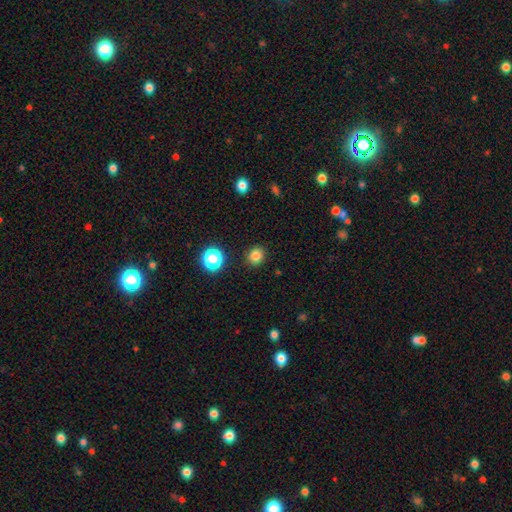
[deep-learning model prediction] This is clearly a smooth galaxy (81%). How rounded: clearly round (83%). Merging: clearly none (90%).